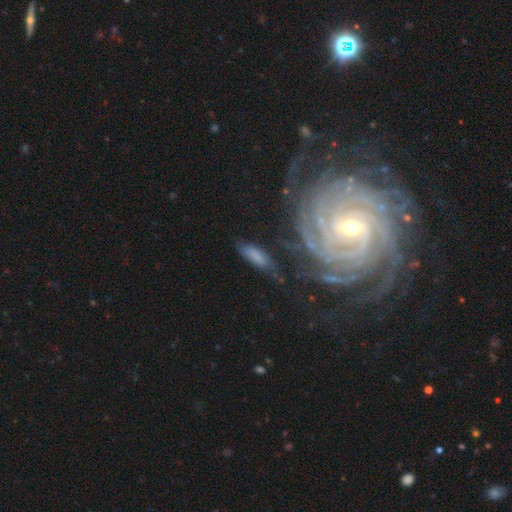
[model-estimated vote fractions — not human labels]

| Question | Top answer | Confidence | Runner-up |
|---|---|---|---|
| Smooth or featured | smooth | 61% | featured or disk (29%) |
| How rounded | in between | 63% | cigar-shaped (34%) |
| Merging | none | 66% | minor disturbance (21%) |